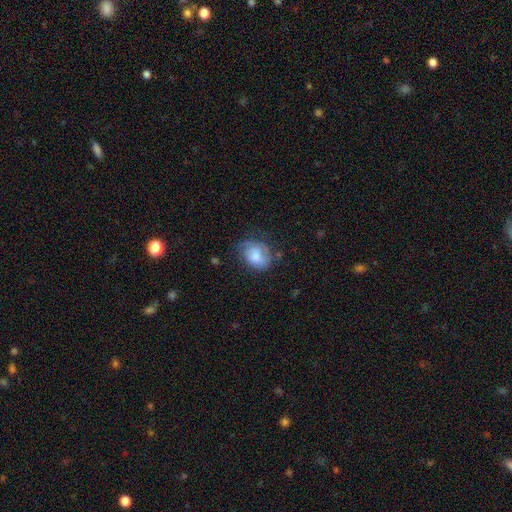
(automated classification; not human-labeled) A smooth galaxy with no disk features (61%) that is in between round and cigar-shaped (56%). Merging: none (52%).